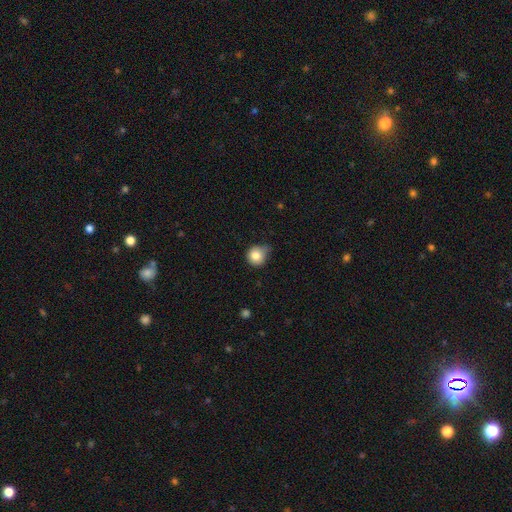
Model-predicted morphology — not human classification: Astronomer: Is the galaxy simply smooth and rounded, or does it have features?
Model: smooth — 82%.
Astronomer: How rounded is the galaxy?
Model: round — 87%.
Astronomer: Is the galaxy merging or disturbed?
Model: none — 54% (runner-up: minor disturbance, 36%).